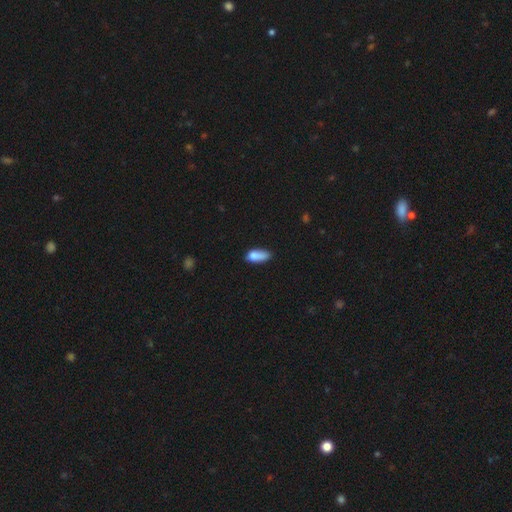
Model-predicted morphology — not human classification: A smooth galaxy with no disk features (82%) that is in between round and cigar-shaped (78%). Merging: none (48%).